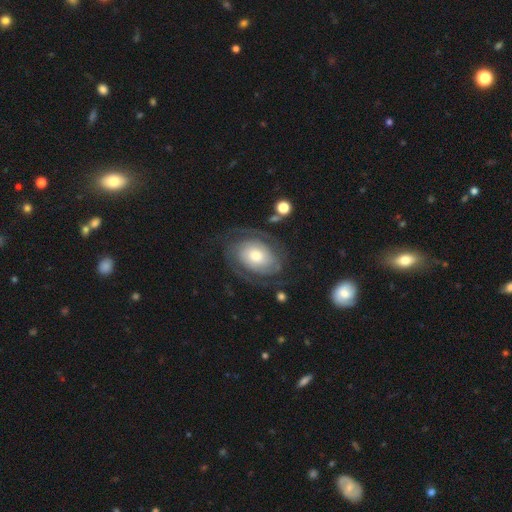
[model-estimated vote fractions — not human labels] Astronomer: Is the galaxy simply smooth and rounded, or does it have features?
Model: featured or disk — 81%.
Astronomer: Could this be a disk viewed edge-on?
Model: no — 96%.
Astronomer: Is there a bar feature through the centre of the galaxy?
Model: no — 76%.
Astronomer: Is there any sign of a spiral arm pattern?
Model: yes — 92%.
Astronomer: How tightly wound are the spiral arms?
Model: tight — 61%.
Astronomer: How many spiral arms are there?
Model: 2 — 56%.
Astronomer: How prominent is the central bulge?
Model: moderate — 55%.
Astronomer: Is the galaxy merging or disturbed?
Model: none — 68%.